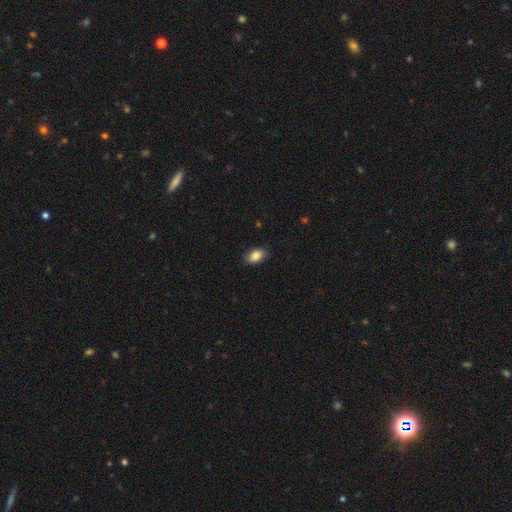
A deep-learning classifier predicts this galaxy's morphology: smooth_or_featured: smooth (p=0.86) [alt: star or artifact p=0.08]
how_rounded: in between (p=0.88) [alt: round p=0.11]
merging: none (p=0.84) [alt: minor disturbance p=0.12]